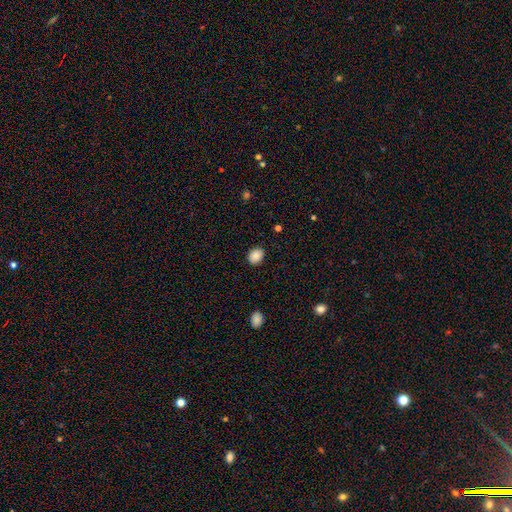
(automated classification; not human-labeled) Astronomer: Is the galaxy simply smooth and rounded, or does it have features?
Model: smooth — 88%.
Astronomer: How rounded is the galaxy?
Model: in between — 52% (runner-up: round, 47%).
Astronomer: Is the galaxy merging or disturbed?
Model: none — 87%.